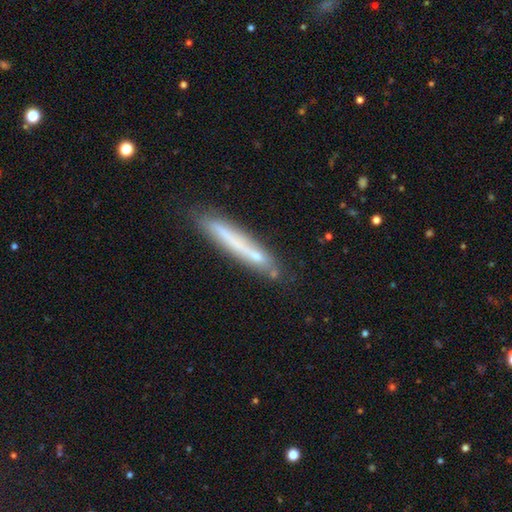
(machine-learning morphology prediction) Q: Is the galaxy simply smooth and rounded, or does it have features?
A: smooth — 52%.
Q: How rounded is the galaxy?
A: cigar-shaped — 87%.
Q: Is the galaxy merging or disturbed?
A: none — 69%.